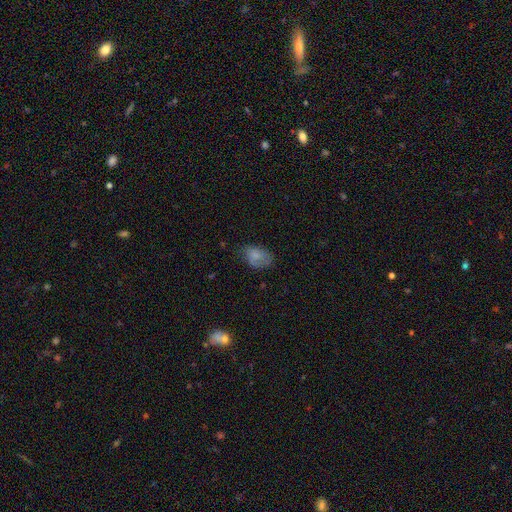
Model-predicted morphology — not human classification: A smooth galaxy with no disk features (71%) that is in between round and cigar-shaped (84%). Merging: none (51%).